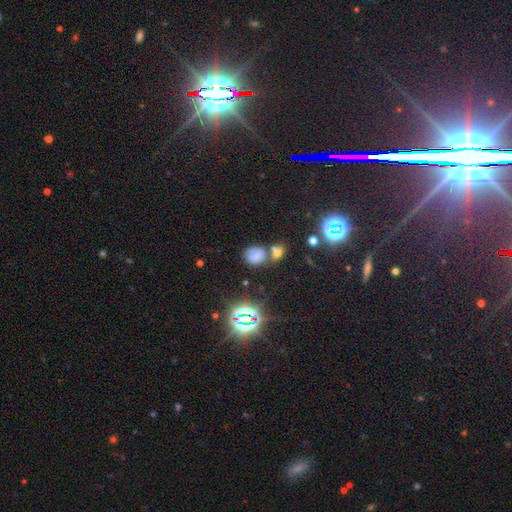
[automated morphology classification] smooth 56%, star or artifact 26%, featured or disk 18%. Down the decision tree: how rounded — in between (53%); merging — none (42%).